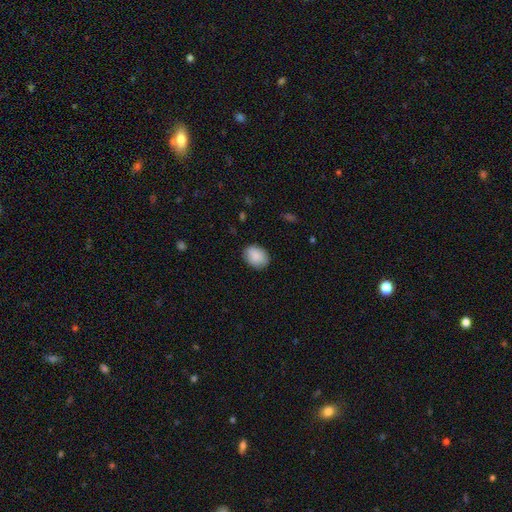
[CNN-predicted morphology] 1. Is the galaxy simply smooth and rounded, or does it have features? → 88% smooth, 6% star or artifact, 6% featured or disk.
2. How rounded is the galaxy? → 70% in between, 29% round, 1% cigar-shaped.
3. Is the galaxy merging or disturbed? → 83% none, 14% minor disturbance, 3% major disturbance, 1% merger.